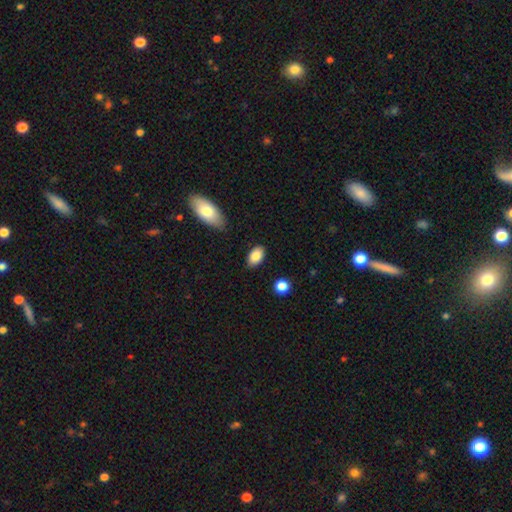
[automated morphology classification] This appears to be a smooth galaxy with no disk features (86%) that is in between round and cigar-shaped (93%). Merging: none (84%).